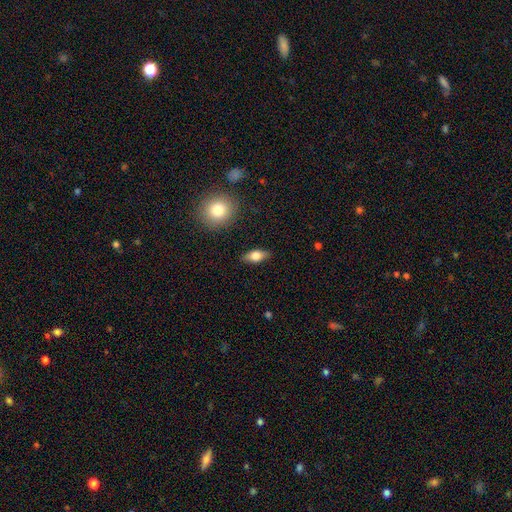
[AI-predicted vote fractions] Smooth or featured? Predicted: smooth (p=0.66). How rounded? Predicted: in between (p=0.79). Merging? Predicted: none (p=0.87).